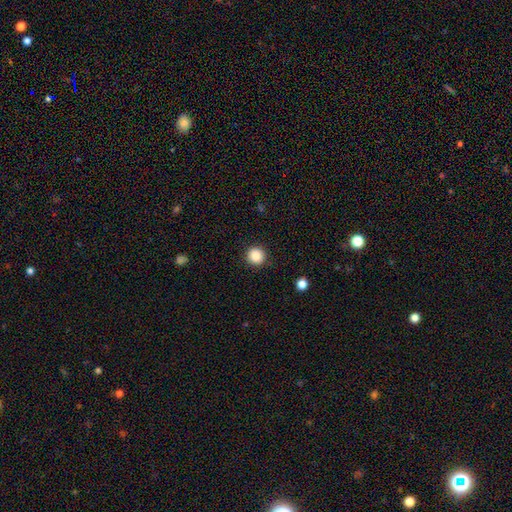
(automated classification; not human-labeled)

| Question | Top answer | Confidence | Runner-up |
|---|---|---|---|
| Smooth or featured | smooth | 88% | star or artifact (10%) |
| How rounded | round | 95% | in between (4%) |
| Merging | none | 91% | minor disturbance (6%) |